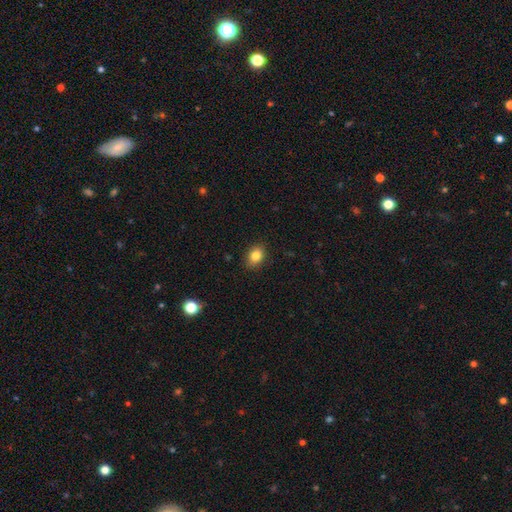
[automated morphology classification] This is clearly a smooth galaxy (84%). How rounded: likely in between (66%). Merging: clearly none (87%).